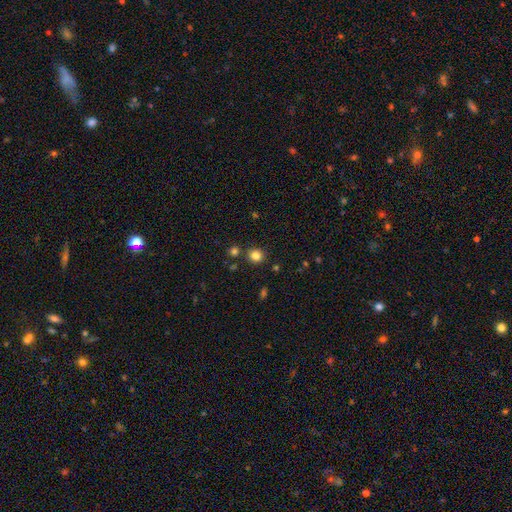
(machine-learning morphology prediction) Smooth or featured?
  - smooth: 82% *
  - star or artifact: 13%
  - featured or disk: 5%
How rounded?
  - round: 89% *
  - in between: 10%
  - cigar-shaped: 1%
Merging?
  - none: 85% *
  - minor disturbance: 7%
  - merger: 5%
  - major disturbance: 2%